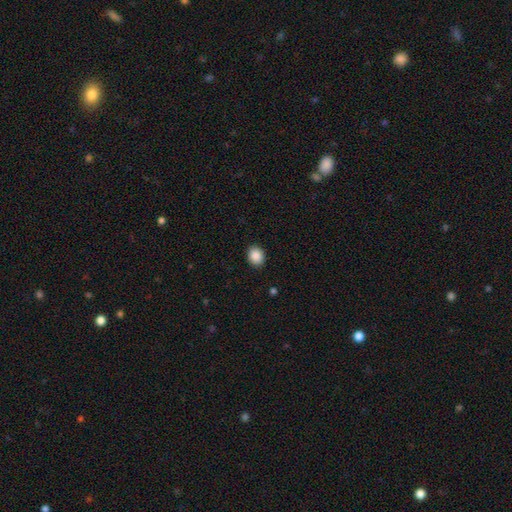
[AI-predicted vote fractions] smooth 89%, star or artifact 8%, featured or disk 3%. Down the decision tree: how rounded — round (53%); merging — none (91%).